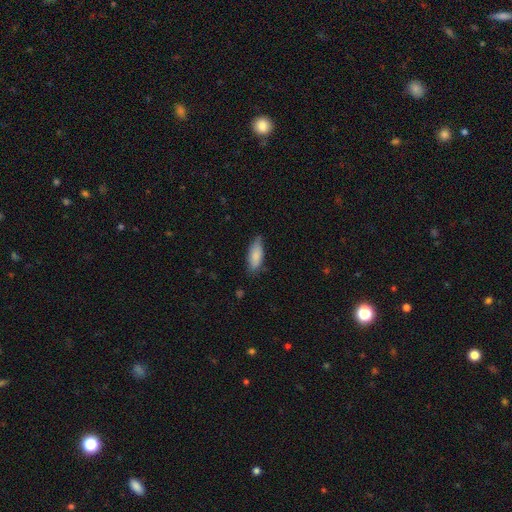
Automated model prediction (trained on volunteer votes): Morphology: type=smooth (84%); roundness=in between (71%); merging=none (72%).